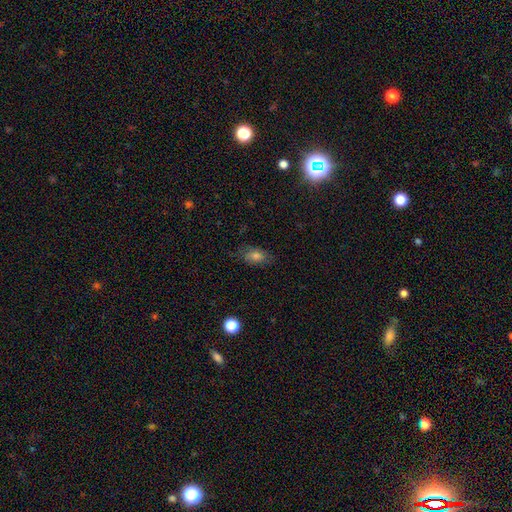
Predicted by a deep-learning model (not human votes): This is likely a smooth galaxy (67%). How rounded: clearly in between (81%). Merging: likely none (78%).